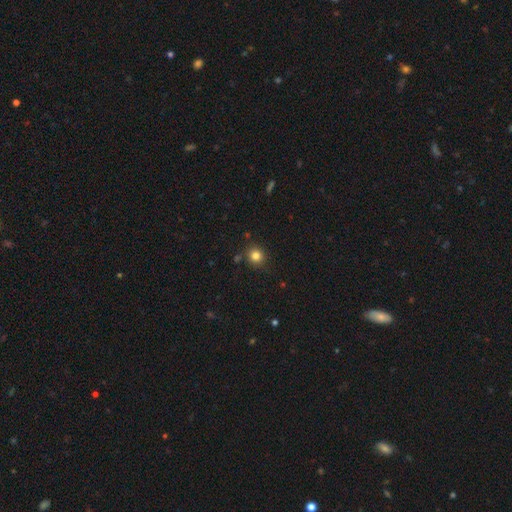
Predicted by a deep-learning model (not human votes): Smooth or featured?
  - smooth: 82% *
  - star or artifact: 13%
  - featured or disk: 6%
How rounded?
  - round: 86% *
  - in between: 14%
  - cigar-shaped: 1%
Merging?
  - none: 85% *
  - minor disturbance: 9%
  - merger: 4%
  - major disturbance: 2%